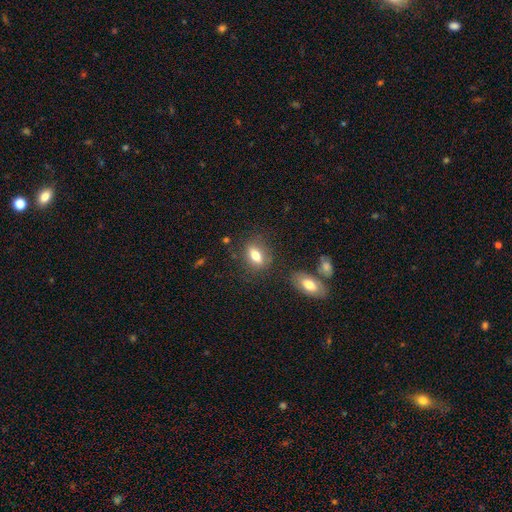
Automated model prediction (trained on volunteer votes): Overall: smooth (74%). How rounded: in between (78%). Merging: none (76%).